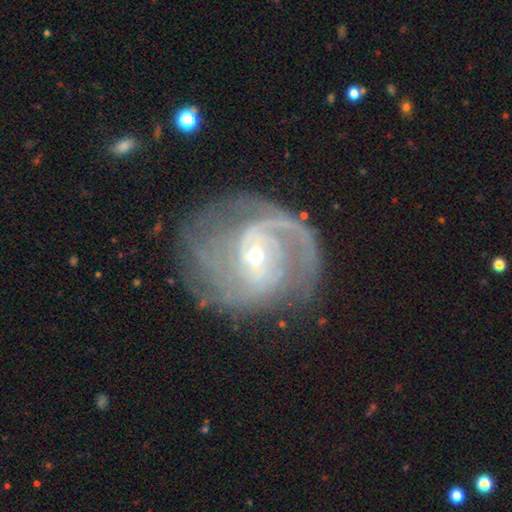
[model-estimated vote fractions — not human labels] The model was most divided on "bar": weak: 44%, no: 39%, strong: 17%. Remaining: edge-on disk — no (97%); spiral arms — yes (96%); smooth or featured — featured or disk (88%); merging — none (66%); bulge size — small (57%); spiral arm count — 2 (52%); spiral winding — tight (46%).